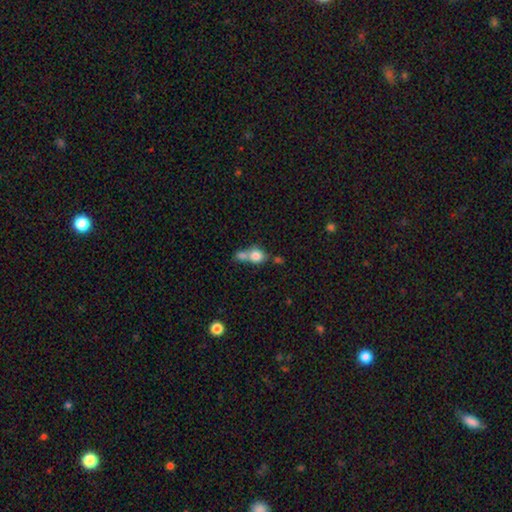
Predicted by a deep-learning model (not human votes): smooth-or-featured: smooth: 78% | featured or disk: 13% | star or artifact: 10%
  how-rounded: round: 65% | in between: 32% | cigar-shaped: 2%
  merging: merger: 61% | none: 27% | minor disturbance: 8% | major disturbance: 4%